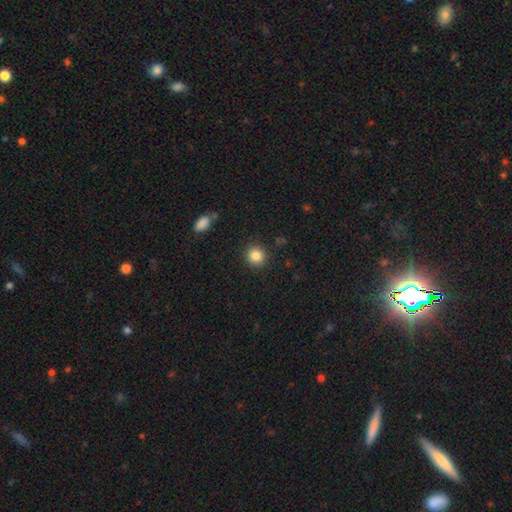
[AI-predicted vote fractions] Smooth or featured? Predicted: smooth (p=0.85). How rounded? Predicted: round (p=0.91). Merging? Predicted: none (p=0.90).